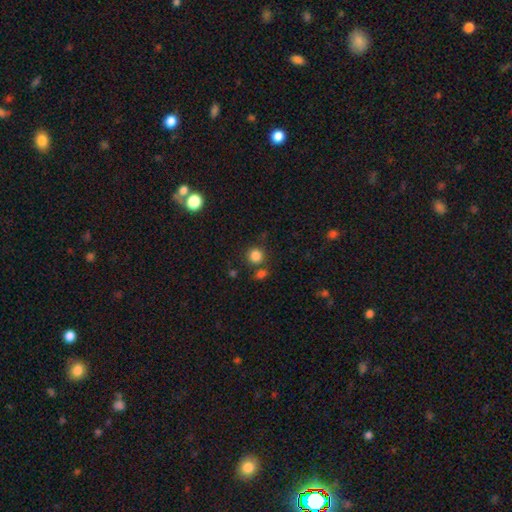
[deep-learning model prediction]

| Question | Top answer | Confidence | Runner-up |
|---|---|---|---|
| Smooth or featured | smooth | 84% | star or artifact (12%) |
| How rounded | round | 89% | in between (10%) |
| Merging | none | 75% | merger (13%) |